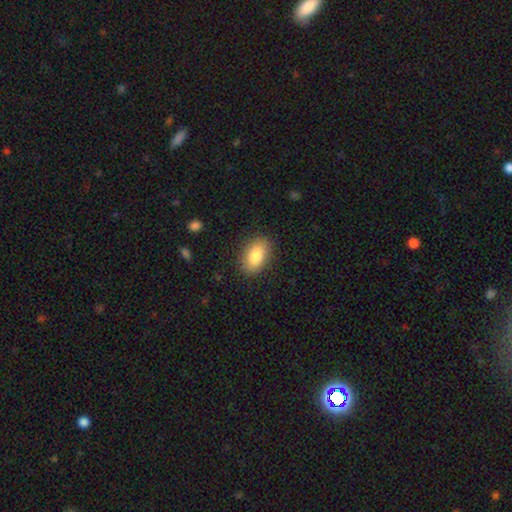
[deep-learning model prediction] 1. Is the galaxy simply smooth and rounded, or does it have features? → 84% smooth, 9% featured or disk, 7% star or artifact.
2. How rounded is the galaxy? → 92% in between, 6% round, 2% cigar-shaped.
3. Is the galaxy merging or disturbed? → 86% none, 10% minor disturbance, 3% major disturbance, 1% merger.